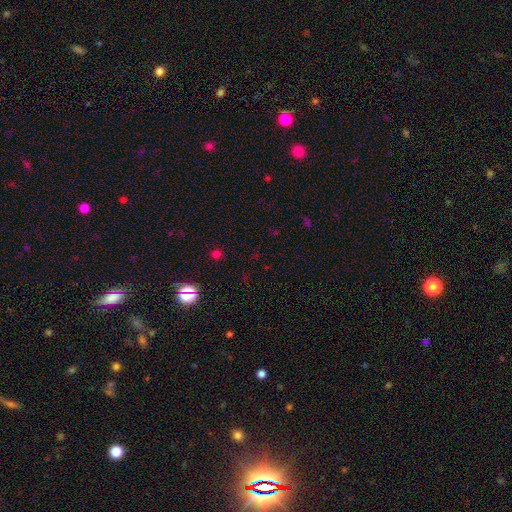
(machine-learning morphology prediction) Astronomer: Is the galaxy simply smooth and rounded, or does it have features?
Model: star or artifact — 67%.